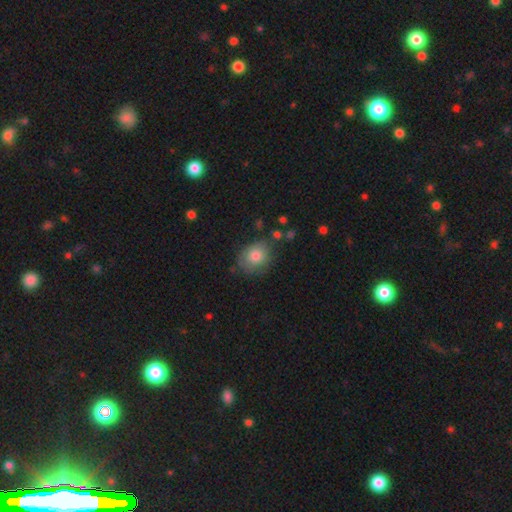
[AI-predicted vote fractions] Smooth or featured: smooth — 80% (featured or disk — 12%)
How rounded: round — 59% (in between — 40%)
Merging: none — 68% (minor disturbance — 22%)